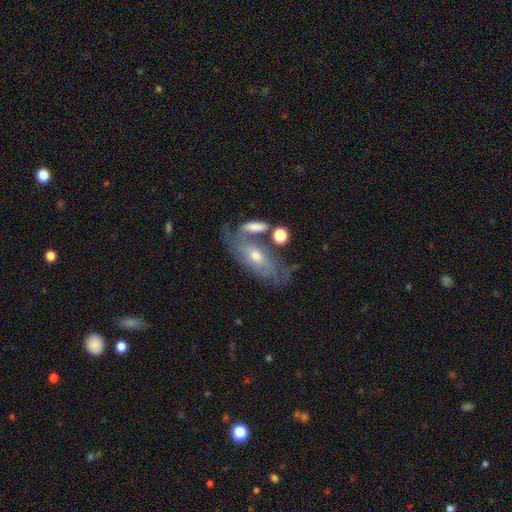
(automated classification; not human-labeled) smooth_or_featured: featured or disk (p=0.62) [alt: smooth p=0.30]
disk_edge_on: no (p=0.84) [alt: yes p=0.16]
bar: no (p=0.75) [alt: weak p=0.20]
has_spiral_arms: yes (p=0.68) [alt: no p=0.32]
bulge_size: moderate (p=0.51) [alt: small p=0.43]
merging: none (p=0.48) [alt: merger p=0.22]